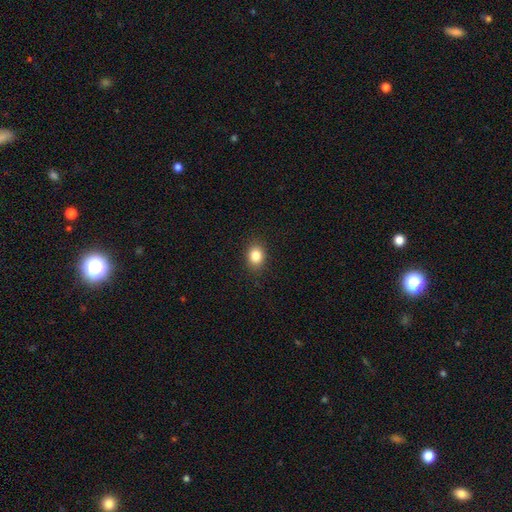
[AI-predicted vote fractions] Smooth or featured: smooth — 84% (star or artifact — 10%)
How rounded: in between — 54% (round — 45%)
Merging: none — 88% (minor disturbance — 8%)